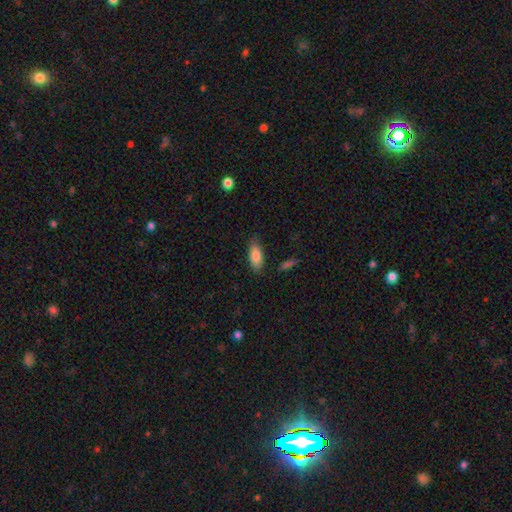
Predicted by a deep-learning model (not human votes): smooth 83%, featured or disk 10%, star or artifact 7%. Down the decision tree: how rounded — in between (82%); merging — none (78%).